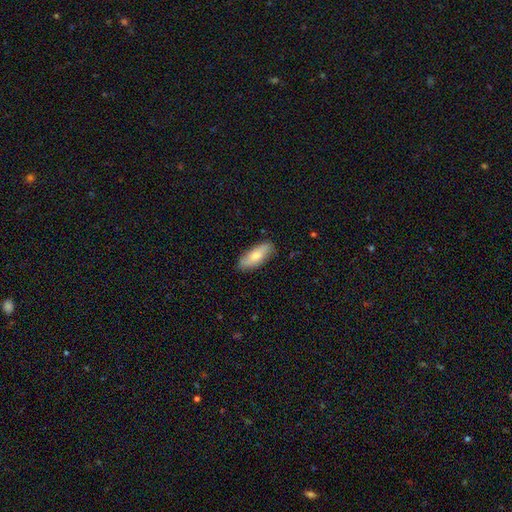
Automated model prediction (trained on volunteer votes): Overall: smooth (70%). How rounded: in between (77%). Merging: none (82%).